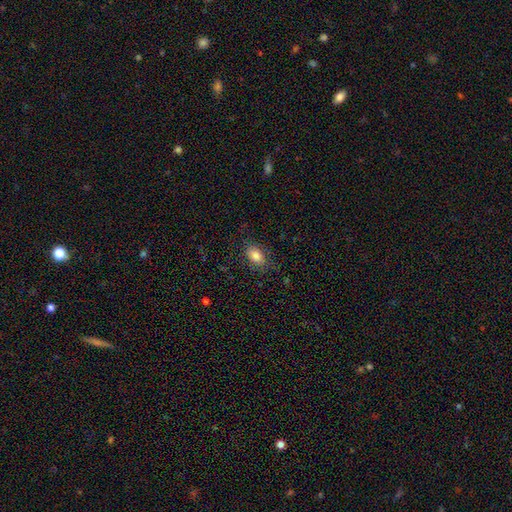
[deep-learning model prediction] Q: Smooth or featured?
A: smooth (83%); runner-up: star or artifact (9%)
Q: How rounded?
A: in between (87%); runner-up: round (12%)
Q: Merging?
A: none (78%); runner-up: minor disturbance (15%)